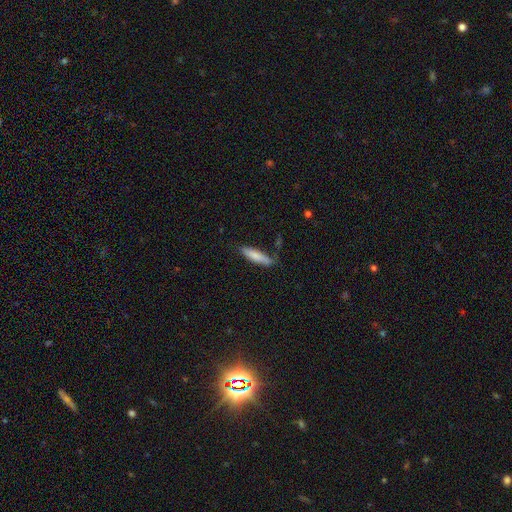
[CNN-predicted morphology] Smooth or featured?
  - smooth: 79% *
  - featured or disk: 15%
  - star or artifact: 6%
How rounded?
  - cigar-shaped: 73% *
  - in between: 26%
  - round: 1%
Merging?
  - none: 66% *
  - minor disturbance: 23%
  - major disturbance: 6%
  - merger: 5%